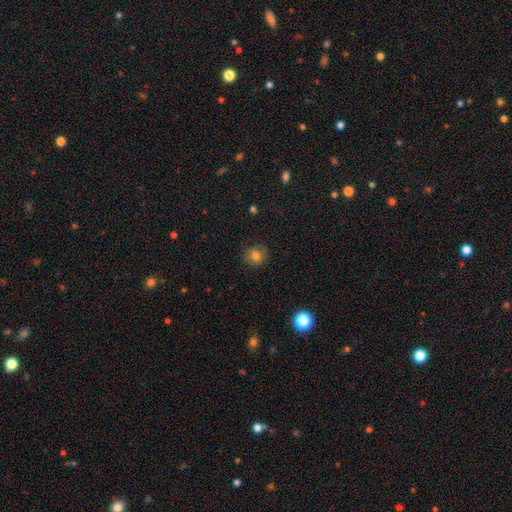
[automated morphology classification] type=smooth (74%); roundness=round (77%); merging=none (82%).